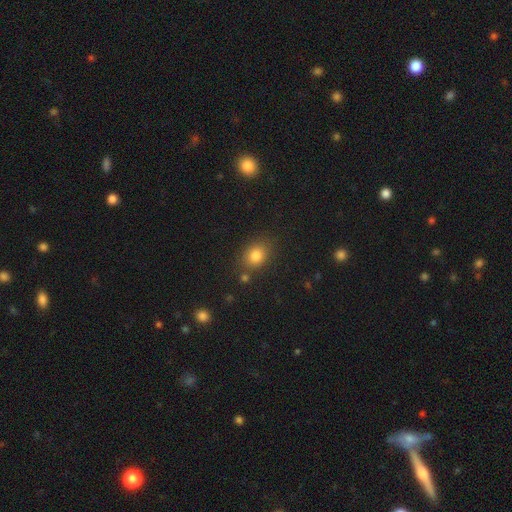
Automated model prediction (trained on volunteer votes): smooth 81%, star or artifact 12%, featured or disk 7%. Down the decision tree: how rounded — in between (55%); merging — none (76%).